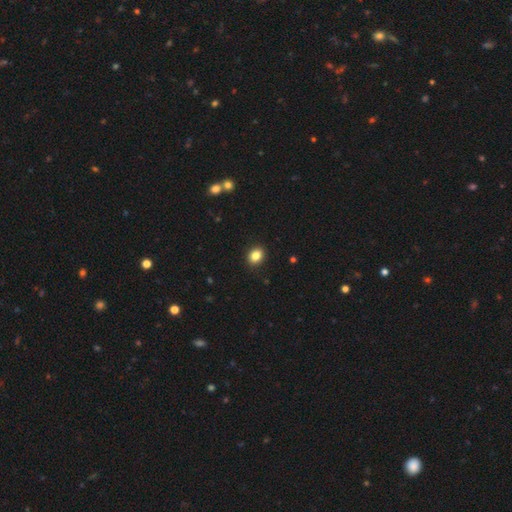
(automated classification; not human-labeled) smooth 85%, star or artifact 10%, featured or disk 5%. Down the decision tree: how rounded — in between (52%); merging — none (91%).